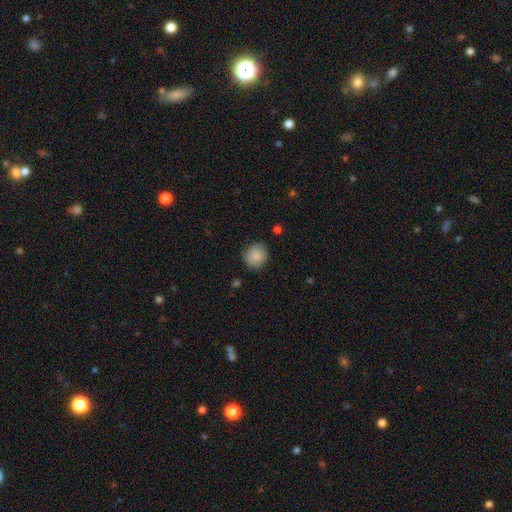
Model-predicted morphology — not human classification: smooth_or_featured: smooth (p=0.86) [alt: star or artifact p=0.08]
how_rounded: round (p=0.82) [alt: in between p=0.17]
merging: none (p=0.83) [alt: minor disturbance p=0.12]